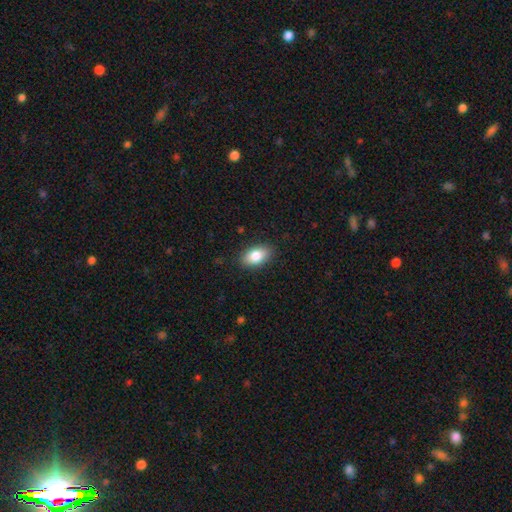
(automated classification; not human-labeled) smooth_or_featured: smooth (p=0.85) [alt: featured or disk p=0.08]
how_rounded: in between (p=0.90) [alt: round p=0.08]
merging: none (p=0.87) [alt: minor disturbance p=0.09]